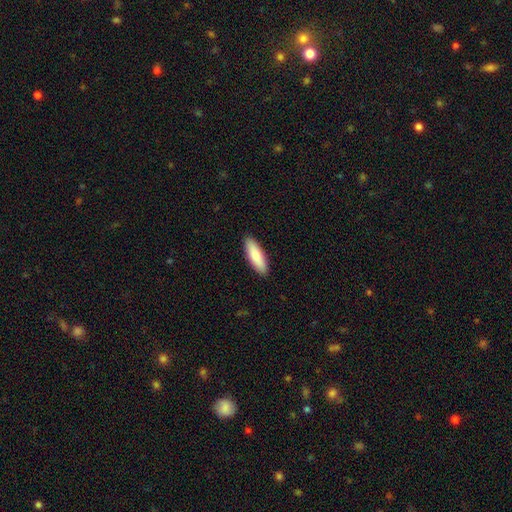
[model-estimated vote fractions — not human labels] Smooth or featured: smooth — 84% (featured or disk — 10%)
How rounded: cigar-shaped — 51% (in between — 48%)
Merging: none — 91% (minor disturbance — 7%)